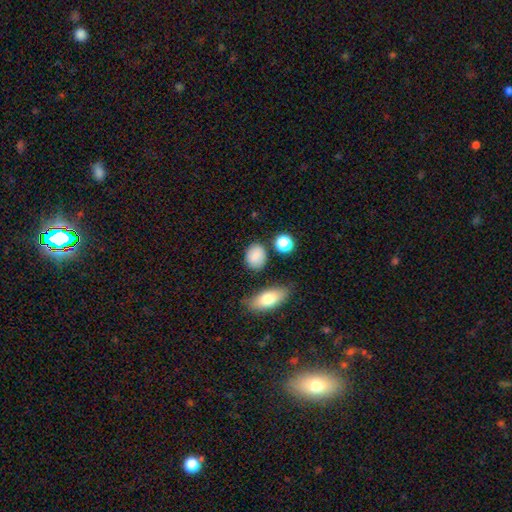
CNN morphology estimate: type=smooth (83%); roundness=in between (50%); merging=none (78%).